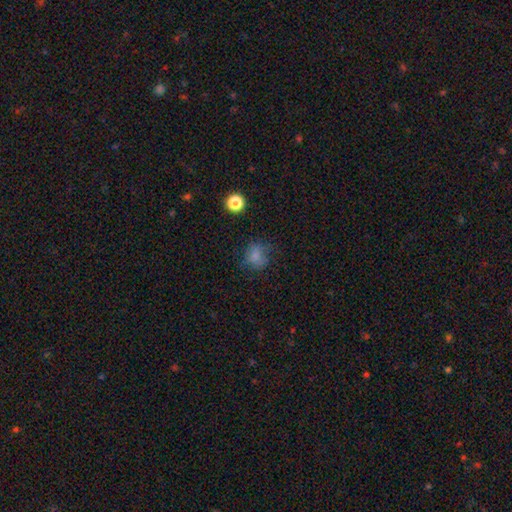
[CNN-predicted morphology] This appears to be a smooth galaxy with no disk features (73%) that is round (70%). Merging: none (63%).